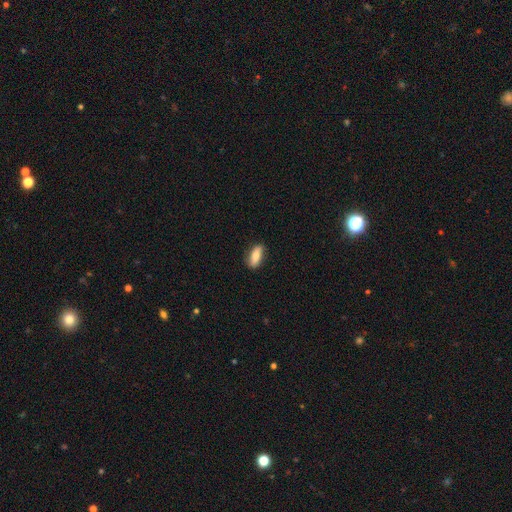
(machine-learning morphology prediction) Q: Smooth or featured?
A: smooth (73%); runner-up: featured or disk (20%)
Q: How rounded?
A: in between (75%); runner-up: cigar-shaped (21%)
Q: Merging?
A: none (83%); runner-up: minor disturbance (14%)